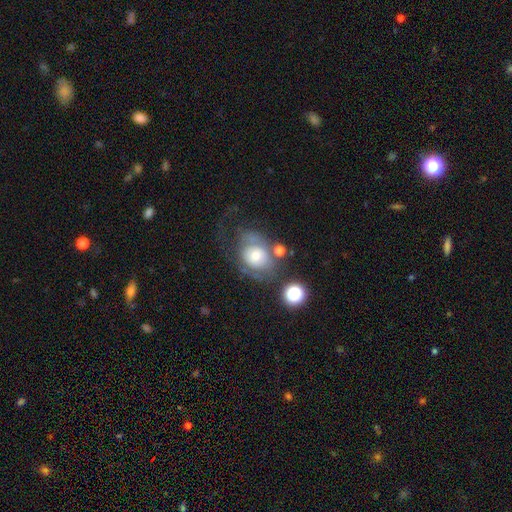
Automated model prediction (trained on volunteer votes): Morphology: type=featured or disk (45%); merging=none (37%).